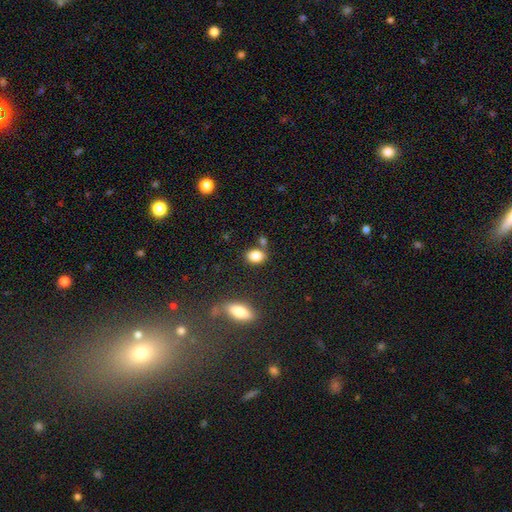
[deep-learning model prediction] Smooth or featured? Predicted: smooth (p=0.85). How rounded? Predicted: in between (p=0.69). Merging? Predicted: none (p=0.71).